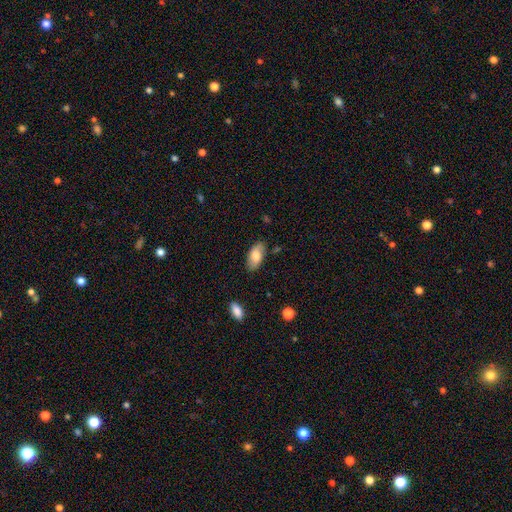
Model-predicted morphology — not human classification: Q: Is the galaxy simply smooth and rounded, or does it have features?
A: smooth — 73%.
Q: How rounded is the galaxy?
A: in between — 93%.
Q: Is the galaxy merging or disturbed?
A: none — 80%.